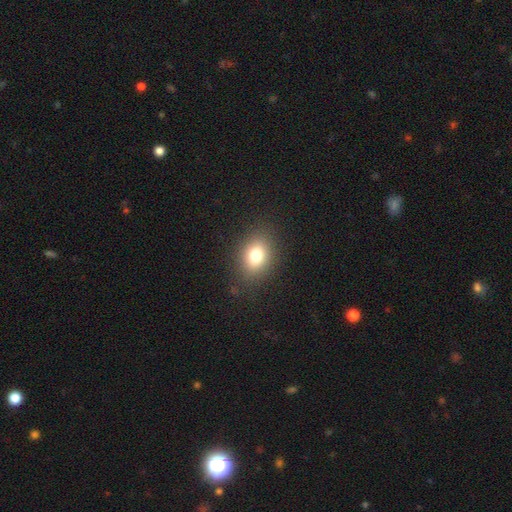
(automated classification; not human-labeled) This appears to be a smooth galaxy with no disk features (77%) that is in between round and cigar-shaped (65%). Merging: none (85%).